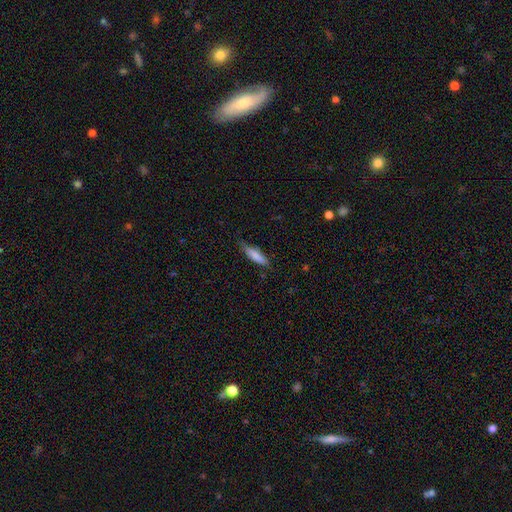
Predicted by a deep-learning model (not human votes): Overall: smooth (79%). How rounded: cigar-shaped (67%; in between 32%). Merging: none (74%).